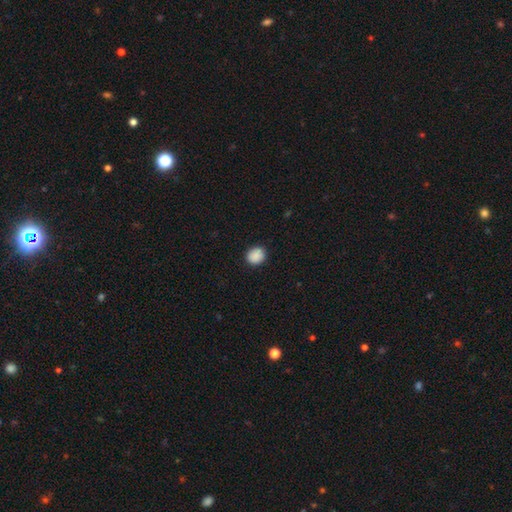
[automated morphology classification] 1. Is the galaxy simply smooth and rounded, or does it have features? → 89% smooth, 8% star or artifact, 3% featured or disk.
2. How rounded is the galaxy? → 73% round, 26% in between, 1% cigar-shaped.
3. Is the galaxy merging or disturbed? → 88% none, 9% minor disturbance, 2% major disturbance, 1% merger.